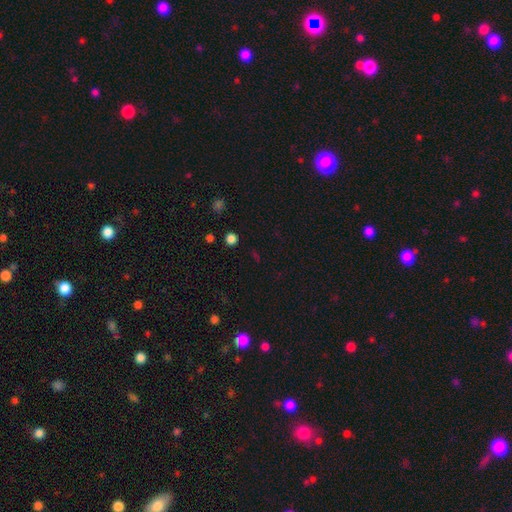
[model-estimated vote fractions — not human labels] Smooth or featured? Predicted: star or artifact (p=0.48).